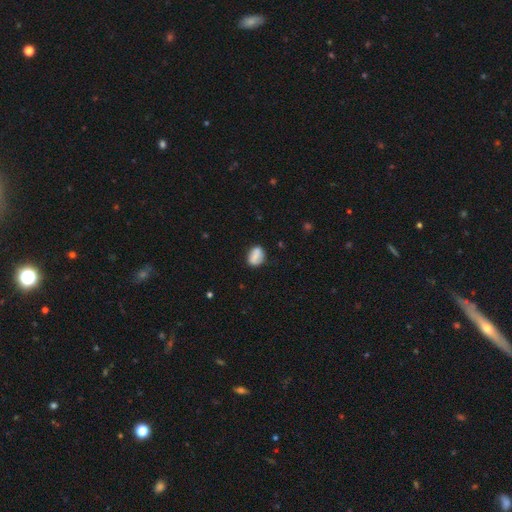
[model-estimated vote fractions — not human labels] Q: Smooth or featured?
A: smooth (77%); runner-up: featured or disk (15%)
Q: How rounded?
A: in between (66%); runner-up: round (32%)
Q: Merging?
A: none (73%); runner-up: minor disturbance (18%)